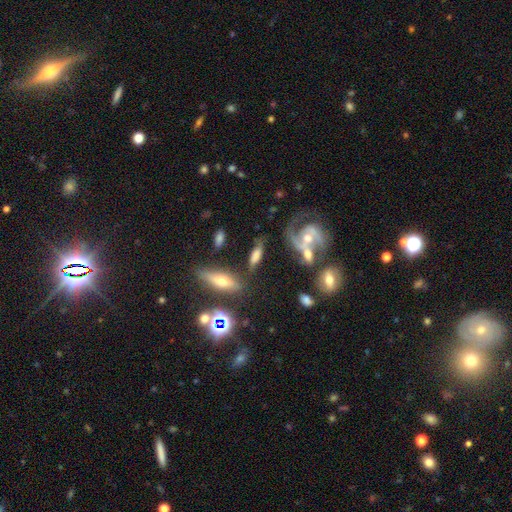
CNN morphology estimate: The model was most divided on "how rounded": in between: 54%, cigar-shaped: 41%, round: 5%. More confident: smooth or featured — smooth (51%); merging — none (51%).